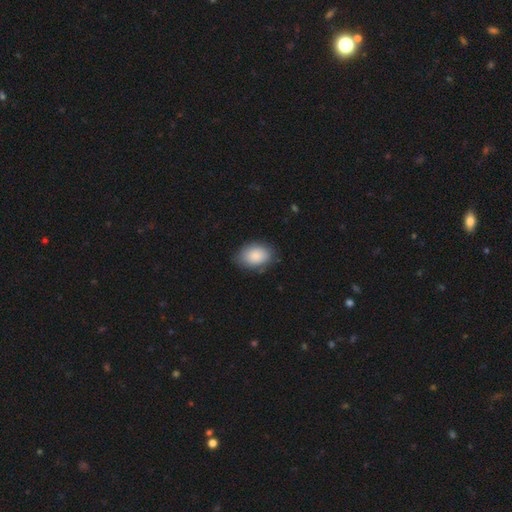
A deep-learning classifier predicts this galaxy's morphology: smooth-or-featured: smooth: 87% | featured or disk: 7% | star or artifact: 7%
  how-rounded: in between: 80% | round: 19% | cigar-shaped: 1%
  merging: none: 80% | minor disturbance: 16% | major disturbance: 3% | merger: 1%